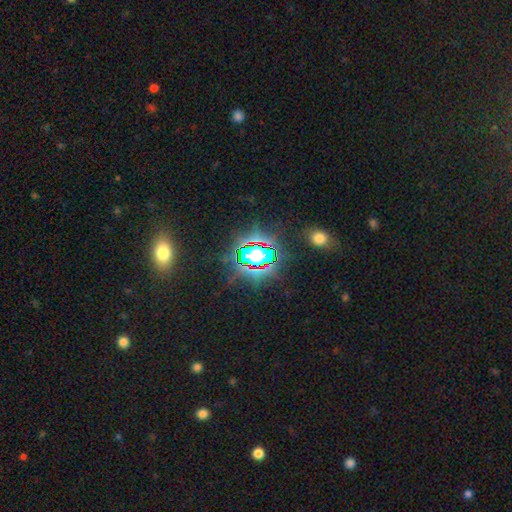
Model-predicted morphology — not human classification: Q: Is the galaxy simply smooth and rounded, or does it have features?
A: star or artifact — 74%.